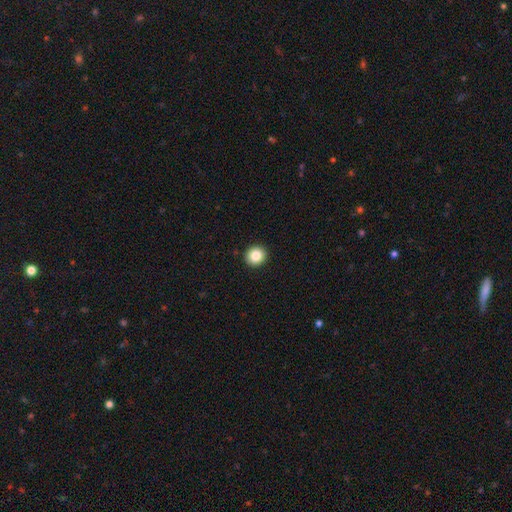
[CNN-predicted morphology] A smooth galaxy with no disk features (85%) that is round (89%).

Vote fractions:
- Smooth or featured? smooth: 85% / star or artifact: 10% / featured or disk: 6%
- How rounded? round: 89% / in between: 10% / cigar-shaped: 1%
- Merging? none: 93% / minor disturbance: 4% / major disturbance: 1% / merger: 1%